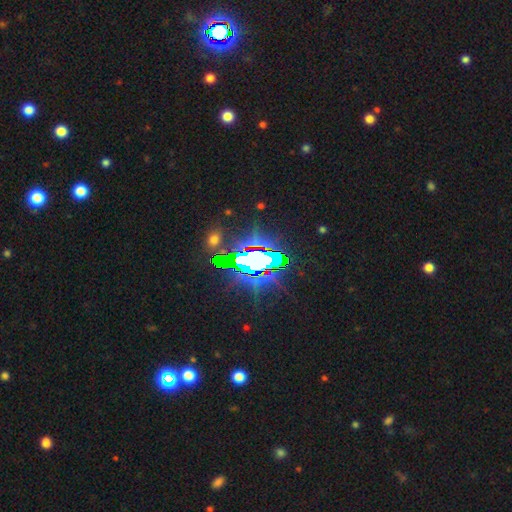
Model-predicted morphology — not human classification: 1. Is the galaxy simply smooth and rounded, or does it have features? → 66% star or artifact, 18% featured or disk, 16% smooth.